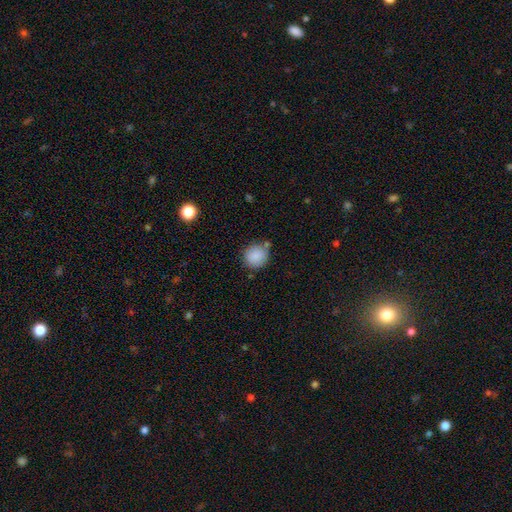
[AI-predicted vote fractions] A smooth galaxy with no disk features (88%) that is round (90%). Merging: none (74%).